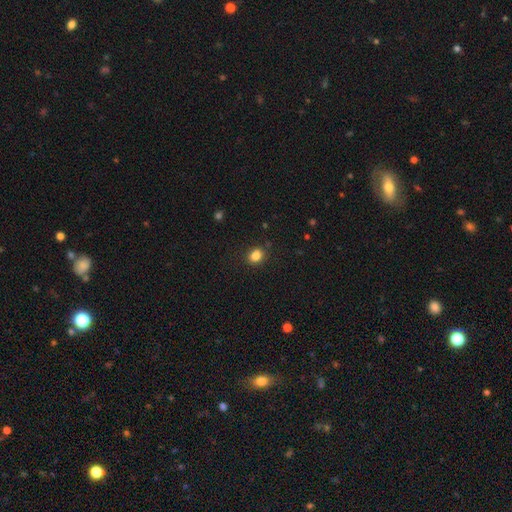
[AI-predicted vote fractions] Q: Smooth or featured?
A: smooth (85%); runner-up: star or artifact (11%)
Q: How rounded?
A: round (55%); runner-up: in between (44%)
Q: Merging?
A: none (87%); runner-up: minor disturbance (9%)